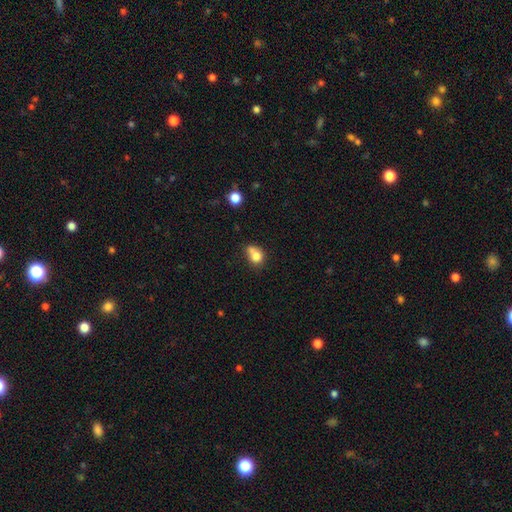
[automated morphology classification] Smooth or featured? smooth (75%)
How rounded? round (58%)
Merging? merger (39%)